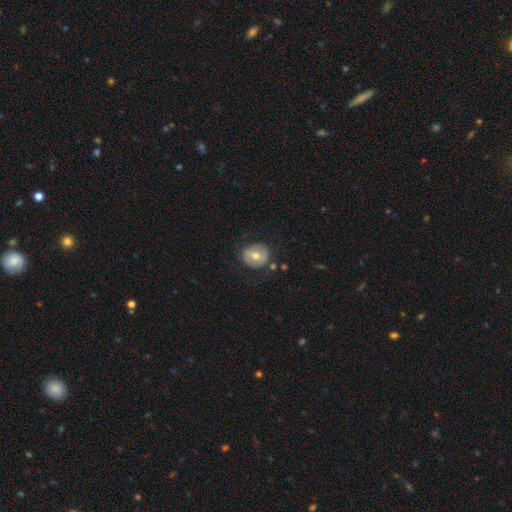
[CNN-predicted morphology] type=smooth (52%); roundness=round (83%); merging=none (75%).